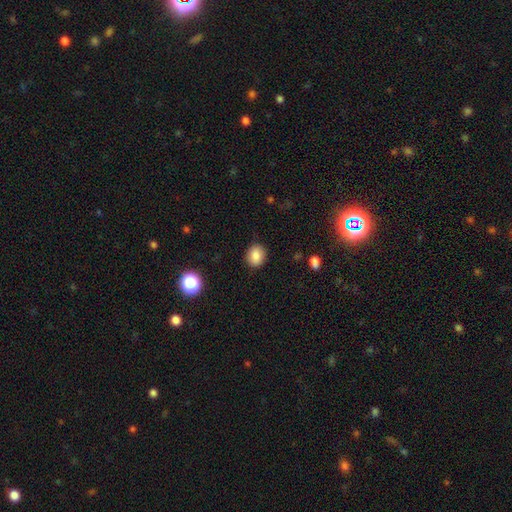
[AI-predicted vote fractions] Overall: smooth (85%). How rounded: round (61%; in between 38%). Merging: none (88%).